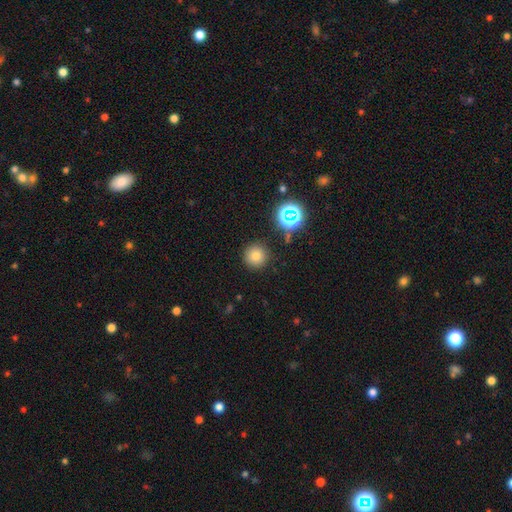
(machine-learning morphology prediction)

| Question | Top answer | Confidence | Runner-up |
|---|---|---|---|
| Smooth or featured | smooth | 75% | star or artifact (18%) |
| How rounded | round | 96% | in between (3%) |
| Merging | none | 89% | minor disturbance (6%) |